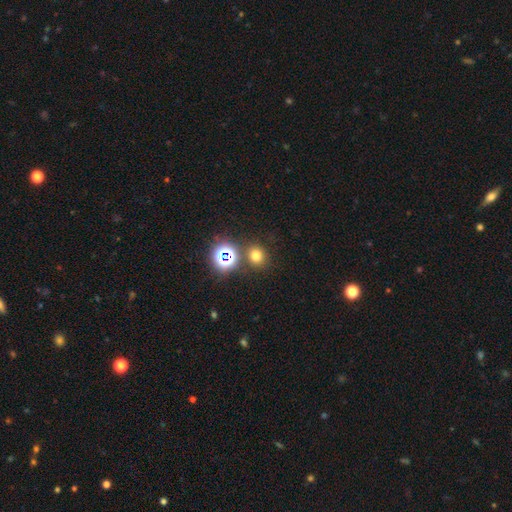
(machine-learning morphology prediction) This appears to be a smooth galaxy with no disk features (68%) that is round (81%). Merging: none (79%).